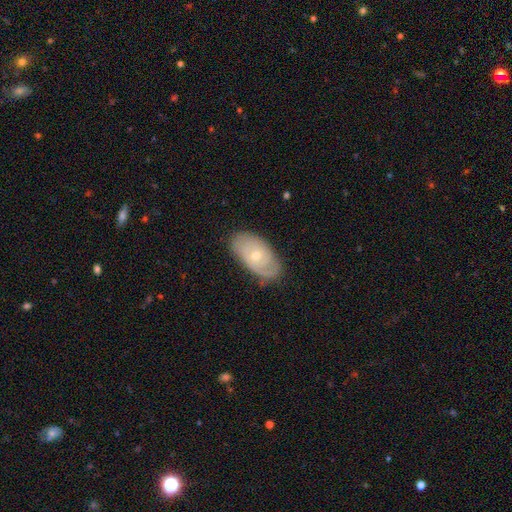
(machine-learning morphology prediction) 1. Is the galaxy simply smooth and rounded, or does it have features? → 60% featured or disk, 33% smooth, 6% star or artifact.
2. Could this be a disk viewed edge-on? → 91% no, 9% yes.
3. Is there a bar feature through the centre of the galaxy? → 79% no, 18% weak, 3% strong.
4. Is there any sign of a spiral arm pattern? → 75% yes, 25% no.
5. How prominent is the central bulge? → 53% small, 44% moderate, 1% large, 1% none, 1% dominant.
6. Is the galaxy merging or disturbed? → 74% none, 20% minor disturbance, 5% major disturbance, 1% merger.